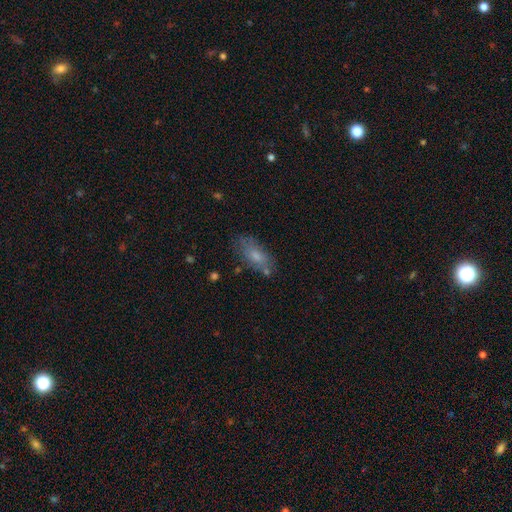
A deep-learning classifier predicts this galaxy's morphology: smooth_or_featured: smooth (p=0.67) [alt: featured or disk p=0.25]
how_rounded: in between (p=0.83) [alt: cigar-shaped p=0.14]
merging: none (p=0.64) [alt: minor disturbance p=0.21]